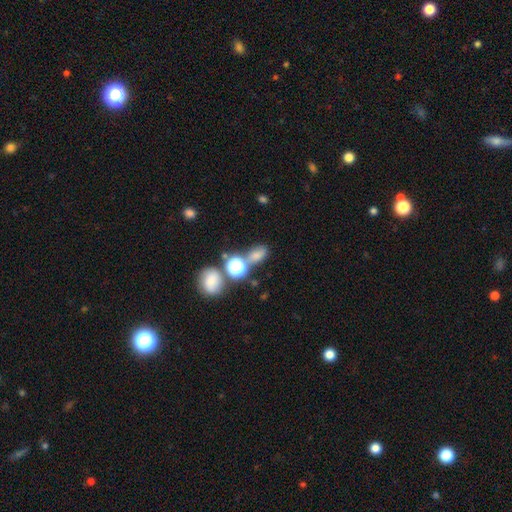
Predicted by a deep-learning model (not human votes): Smooth or featured?
  - smooth: 67% *
  - star or artifact: 22%
  - featured or disk: 10%
How rounded?
  - in between: 63% *
  - round: 34%
  - cigar-shaped: 3%
Merging?
  - none: 53% *
  - merger: 25%
  - minor disturbance: 15%
  - major disturbance: 8%